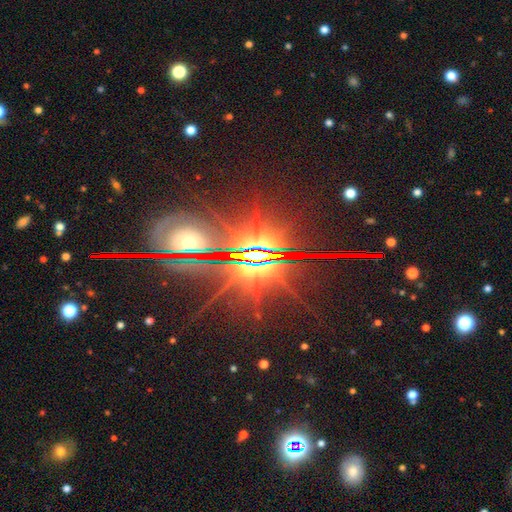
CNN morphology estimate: star or artifact 76%, featured or disk 16%, smooth 8%.